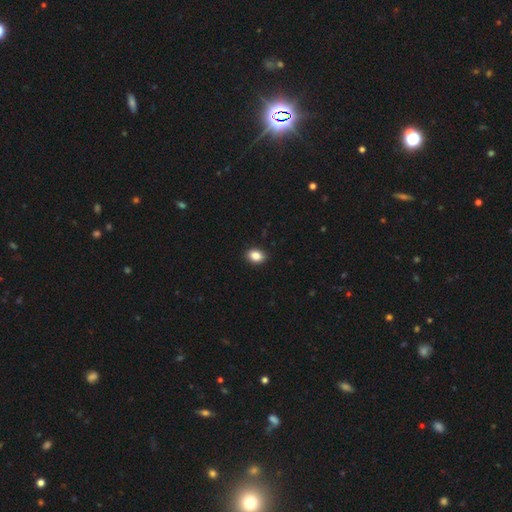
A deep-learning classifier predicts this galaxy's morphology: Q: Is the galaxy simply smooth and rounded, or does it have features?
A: smooth — 87%.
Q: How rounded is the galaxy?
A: in between — 70%.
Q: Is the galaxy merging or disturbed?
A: none — 91%.